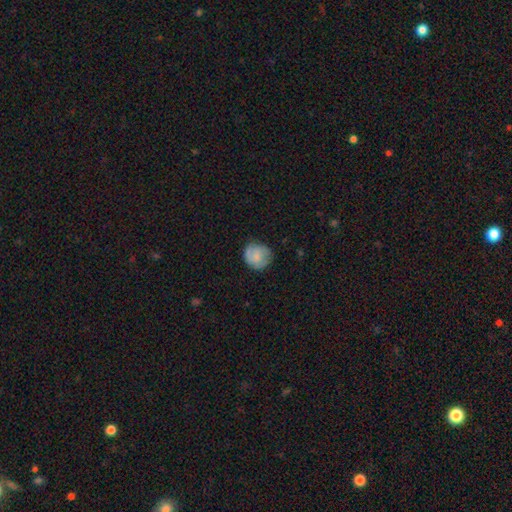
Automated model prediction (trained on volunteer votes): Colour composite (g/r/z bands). It shows a smooth galaxy with no disk features (71%) that is round (87%). Merging: none (72%).